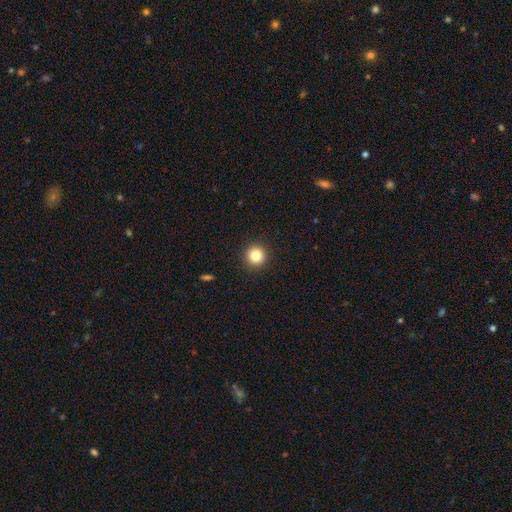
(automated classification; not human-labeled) smooth_or_featured: smooth (p=0.83) [alt: star or artifact p=0.11]
how_rounded: round (p=0.95) [alt: in between p=0.04]
merging: none (p=0.93) [alt: minor disturbance p=0.05]